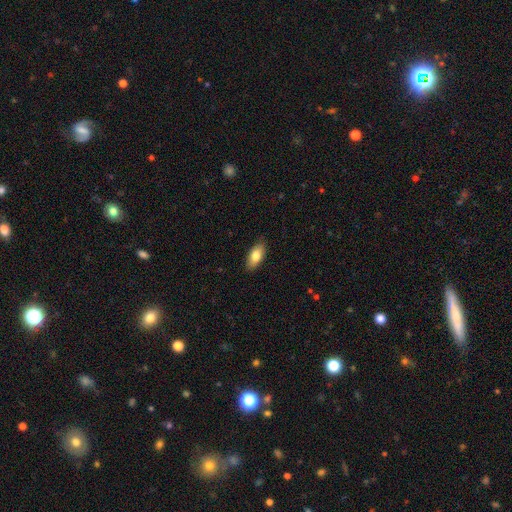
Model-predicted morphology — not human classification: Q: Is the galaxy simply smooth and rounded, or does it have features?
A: smooth — 80%.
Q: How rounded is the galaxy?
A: in between — 89%.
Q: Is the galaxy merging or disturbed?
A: none — 87%.